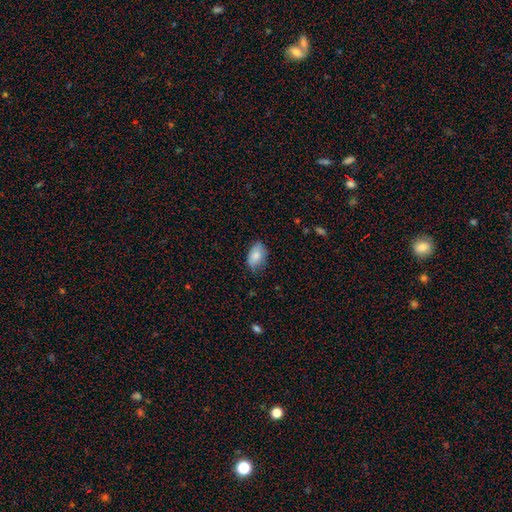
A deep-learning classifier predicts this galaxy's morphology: Smooth or featured: smooth — 83% (featured or disk — 10%)
How rounded: in between — 91% (round — 7%)
Merging: none — 73% (minor disturbance — 22%)